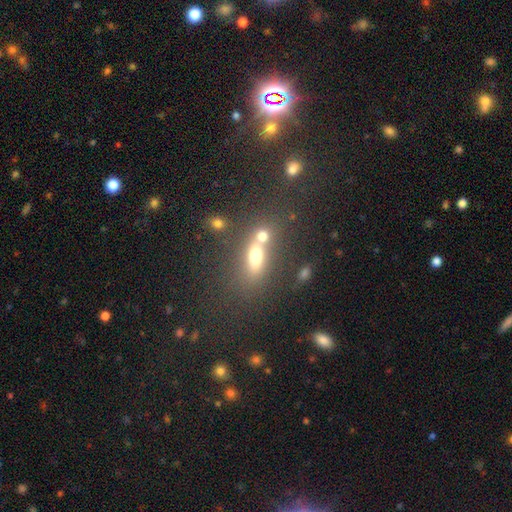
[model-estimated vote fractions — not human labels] smooth 66%, featured or disk 21%, star or artifact 14%. Down the decision tree: how rounded — in between (67%); merging — merger (49%).